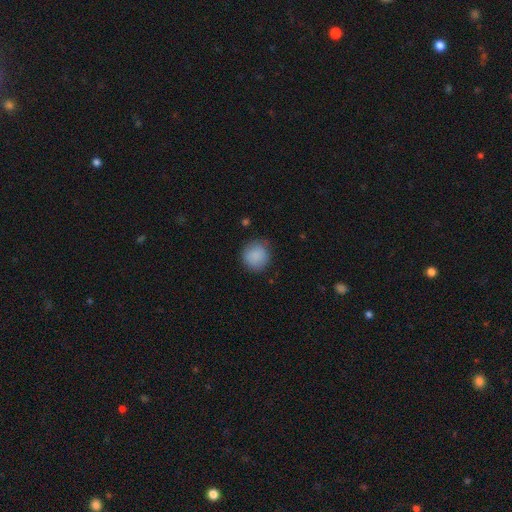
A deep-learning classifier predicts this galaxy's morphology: The model was most divided on "merging": none: 81%, minor disturbance: 14%, major disturbance: 4%, merger: 1%. More confident: how rounded — round (88%); smooth or featured — smooth (88%).